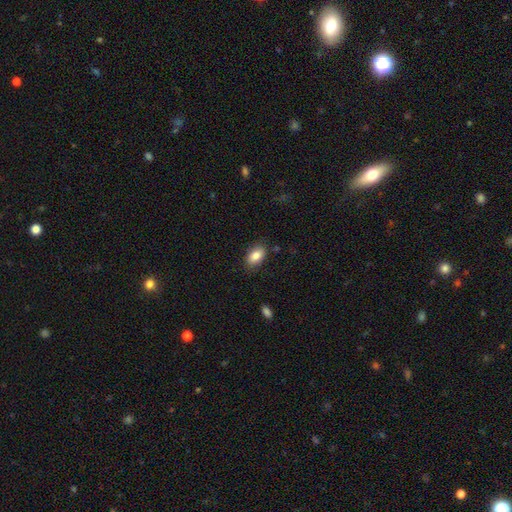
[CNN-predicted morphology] Smooth or featured: smooth — 85% (featured or disk — 7%)
How rounded: in between — 91% (round — 6%)
Merging: none — 84% (minor disturbance — 12%)